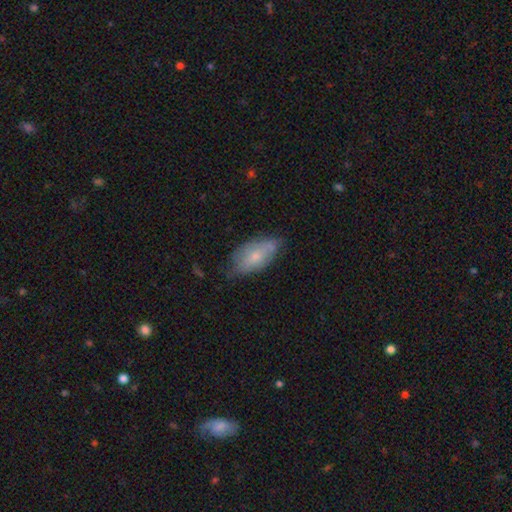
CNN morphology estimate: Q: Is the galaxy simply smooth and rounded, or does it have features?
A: smooth — 59%.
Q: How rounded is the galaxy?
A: in between — 90%.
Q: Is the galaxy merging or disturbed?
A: none — 58%.